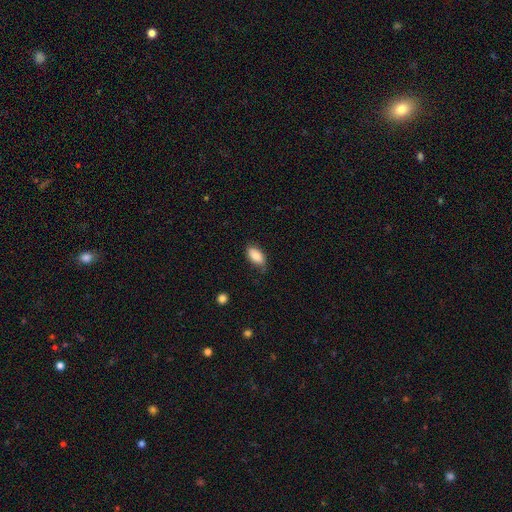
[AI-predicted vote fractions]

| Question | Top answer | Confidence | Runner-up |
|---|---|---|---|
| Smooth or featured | smooth | 86% | star or artifact (7%) |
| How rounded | in between | 92% | cigar-shaped (5%) |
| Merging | none | 74% | minor disturbance (20%) |